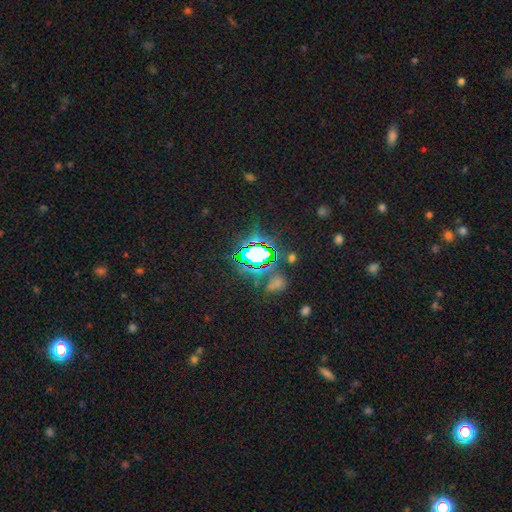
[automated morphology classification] A star or artifact, not a galaxy (71%).